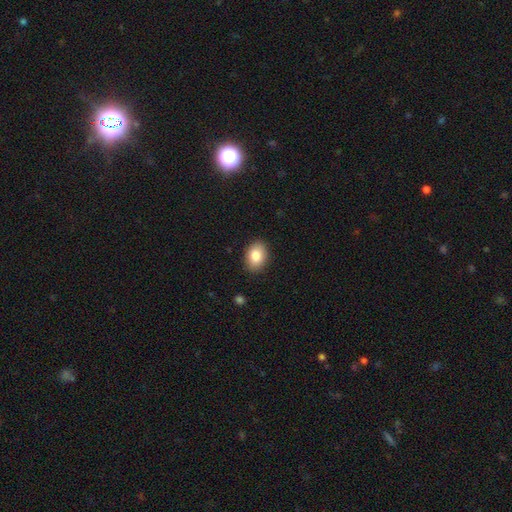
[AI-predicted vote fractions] Smooth or featured: smooth — 84% (featured or disk — 8%)
How rounded: in between — 77% (round — 22%)
Merging: none — 88% (minor disturbance — 9%)